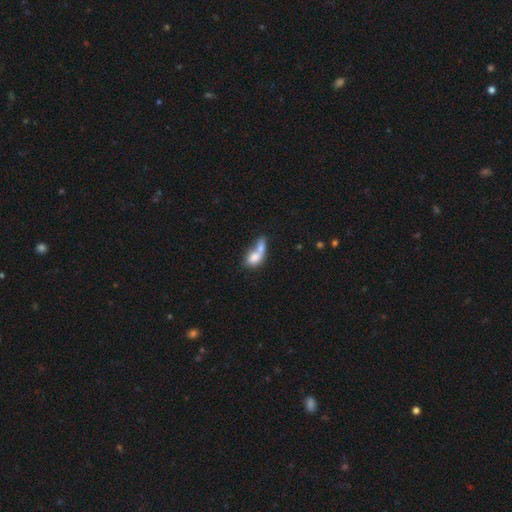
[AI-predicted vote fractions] Smooth or featured?
  - smooth: 70% *
  - featured or disk: 21%
  - star or artifact: 9%
How rounded?
  - in between: 72% *
  - round: 18%
  - cigar-shaped: 10%
Merging?
  - merger: 68% *
  - none: 16%
  - minor disturbance: 8%
  - major disturbance: 8%